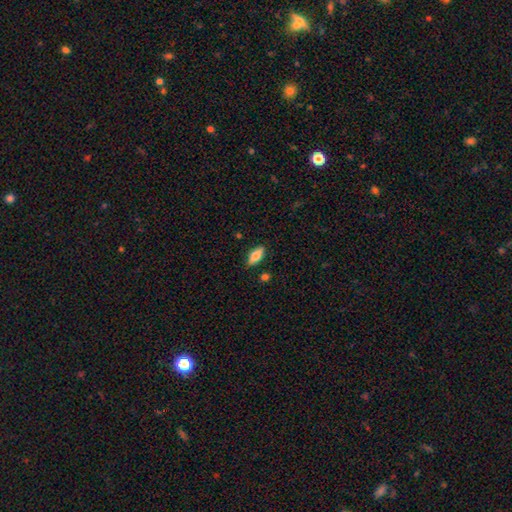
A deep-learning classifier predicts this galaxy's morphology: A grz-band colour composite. It shows a smooth galaxy with no disk features (77%) that is in between round and cigar-shaped (83%). Merging: none (86%).